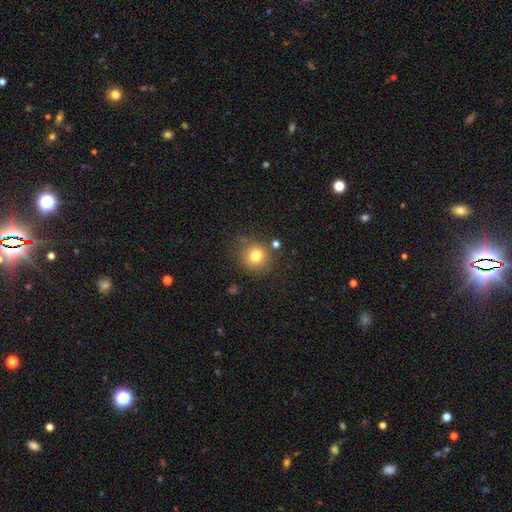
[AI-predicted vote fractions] A smooth galaxy with no disk features (78%) that is round (90%). Merging: none (78%).